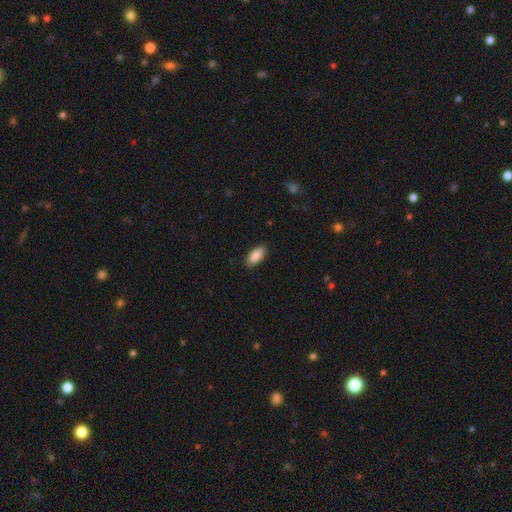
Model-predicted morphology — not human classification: smooth_or_featured: smooth (p=0.88) [alt: star or artifact p=0.06]
how_rounded: in between (p=0.86) [alt: cigar-shaped p=0.12]
merging: none (p=0.88) [alt: minor disturbance p=0.09]